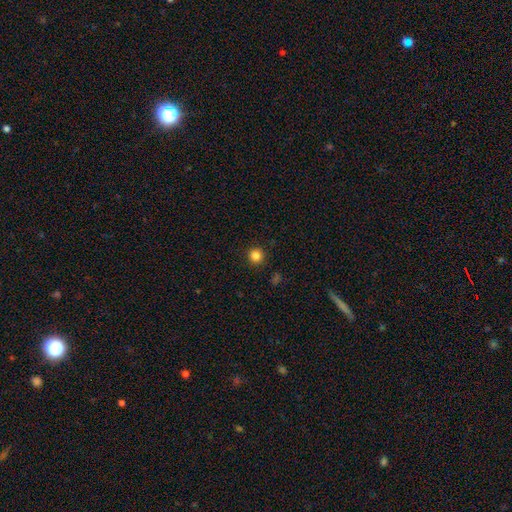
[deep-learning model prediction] This appears to be a smooth galaxy with no disk features (84%) that is round (95%). Merging: none (92%).